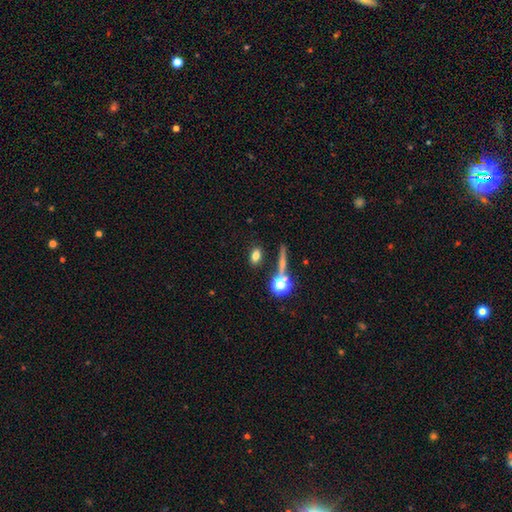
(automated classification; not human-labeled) This appears to be a smooth galaxy with no disk features (74%) that is in between round and cigar-shaped (67%). Merging: none (79%).